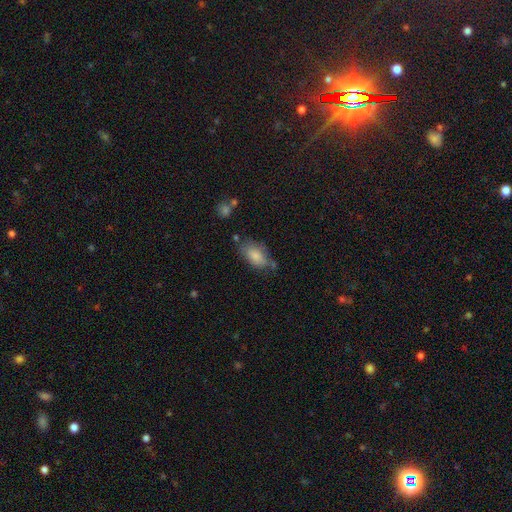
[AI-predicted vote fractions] A smooth galaxy with no disk features (83%) that is in between round and cigar-shaped (92%).

Vote fractions:
- Smooth or featured? smooth: 83% / featured or disk: 10% / star or artifact: 7%
- How rounded? in between: 92% / round: 4% / cigar-shaped: 4%
- Merging? none: 57% / minor disturbance: 27% / major disturbance: 8% / merger: 8%